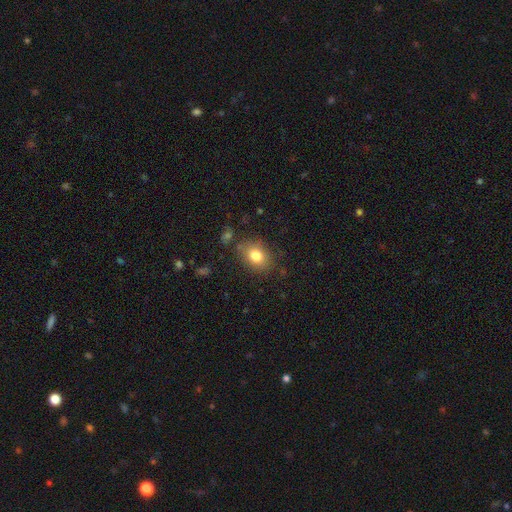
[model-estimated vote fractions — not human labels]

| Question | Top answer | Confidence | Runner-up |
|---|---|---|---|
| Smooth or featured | smooth | 80% | star or artifact (10%) |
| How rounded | in between | 63% | round (36%) |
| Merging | none | 80% | minor disturbance (13%) |